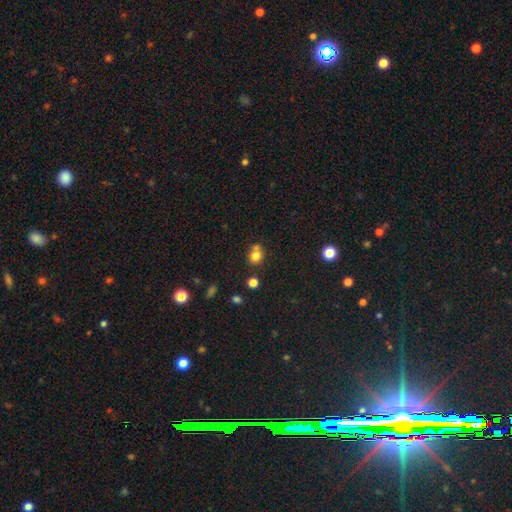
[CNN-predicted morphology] This is likely a smooth galaxy (78%). How rounded: likely round (73%). Merging: possibly none (51%).